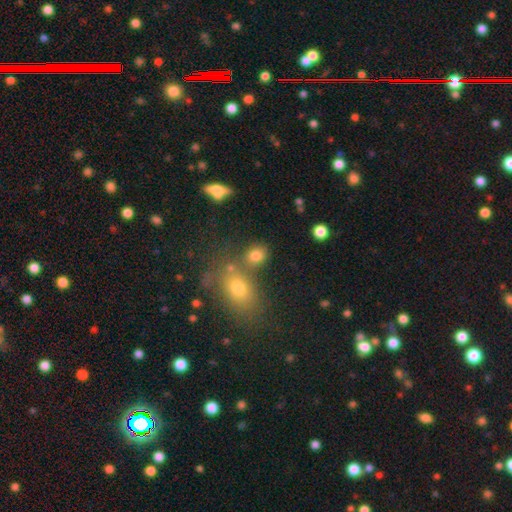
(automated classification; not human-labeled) A smooth galaxy with no disk features (78%) that is round (55%).

Vote fractions:
- Smooth or featured? smooth: 78% / star or artifact: 13% / featured or disk: 9%
- How rounded? round: 55% / in between: 43% / cigar-shaped: 2%
- Merging? none: 63% / merger: 19% / minor disturbance: 12% / major disturbance: 6%